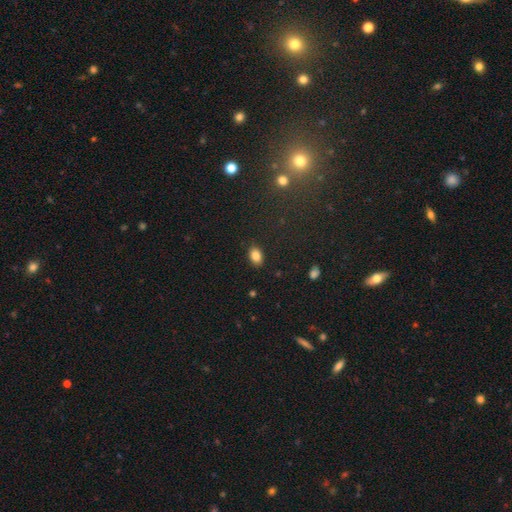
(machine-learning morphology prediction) This appears to be a smooth galaxy with no disk features (84%) that is in between round and cigar-shaped (83%). Merging: none (88%).